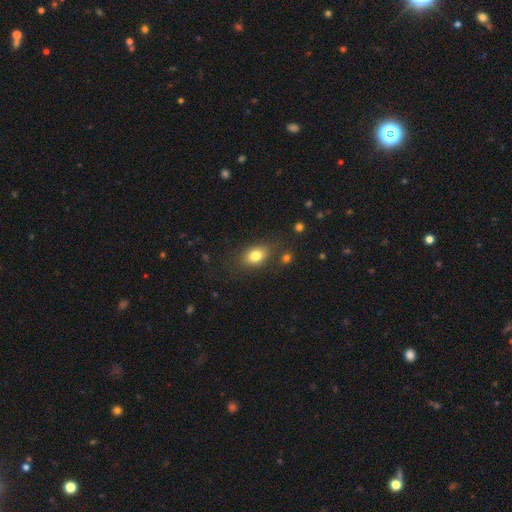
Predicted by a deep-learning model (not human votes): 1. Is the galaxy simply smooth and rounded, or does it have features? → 81% smooth, 10% featured or disk, 10% star or artifact.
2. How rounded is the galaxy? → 76% in between, 23% round, 2% cigar-shaped.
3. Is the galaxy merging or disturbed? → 77% none, 14% minor disturbance, 5% major disturbance, 4% merger.